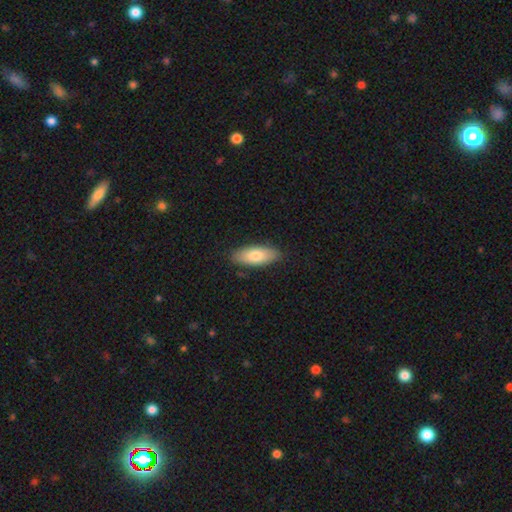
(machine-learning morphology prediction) Q: Smooth or featured?
A: smooth (77%); runner-up: featured or disk (17%)
Q: How rounded?
A: in between (79%); runner-up: cigar-shaped (19%)
Q: Merging?
A: none (86%); runner-up: minor disturbance (11%)